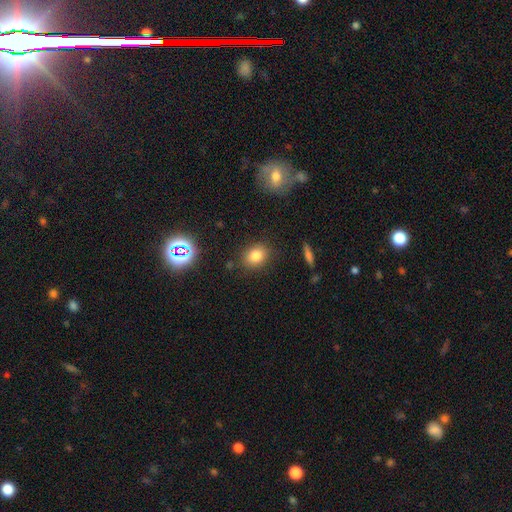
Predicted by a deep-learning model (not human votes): Overall: smooth (79%). How rounded: in between (52%; round 47%). Merging: none (84%).